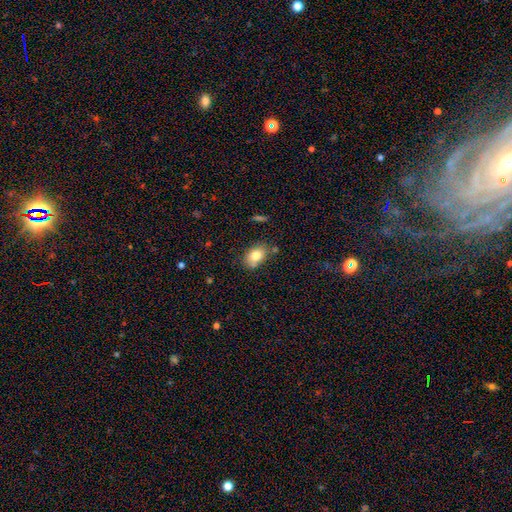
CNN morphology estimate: smooth-or-featured: smooth: 79% | featured or disk: 12% | star or artifact: 9%
  how-rounded: in between: 78% | round: 21% | cigar-shaped: 1%
  merging: none: 73% | minor disturbance: 17% | merger: 6% | major disturbance: 4%